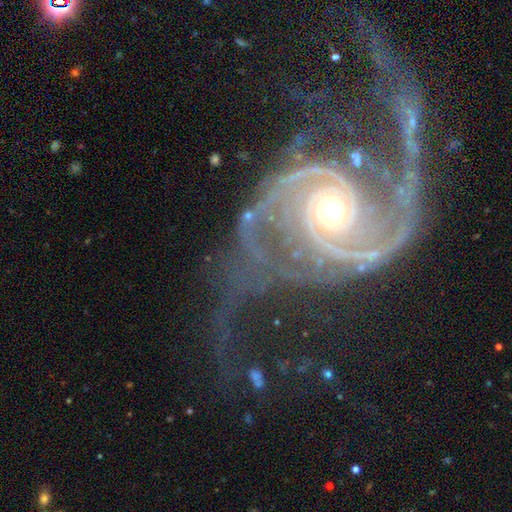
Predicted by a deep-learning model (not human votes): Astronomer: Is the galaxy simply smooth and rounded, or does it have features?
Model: featured or disk — 93%.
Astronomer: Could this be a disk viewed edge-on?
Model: no — 98%.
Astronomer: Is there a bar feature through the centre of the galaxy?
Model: no — 63%.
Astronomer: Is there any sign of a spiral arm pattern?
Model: yes — 98%.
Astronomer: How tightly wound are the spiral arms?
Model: medium — 47% (runner-up: tight, 28%).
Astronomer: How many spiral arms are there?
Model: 2 — 80%.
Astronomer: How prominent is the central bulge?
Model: moderate — 65%.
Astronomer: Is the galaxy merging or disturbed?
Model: none — 42% (runner-up: major disturbance, 36%).